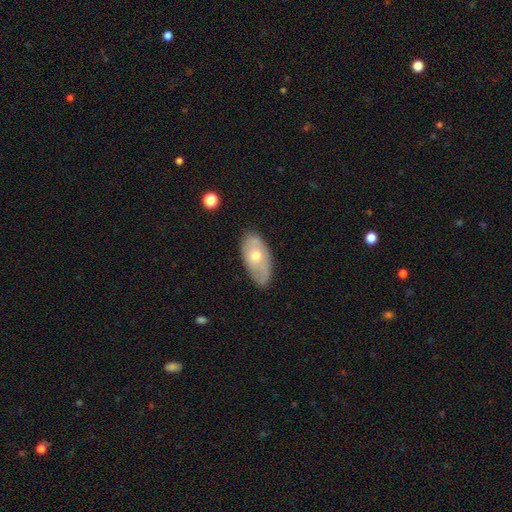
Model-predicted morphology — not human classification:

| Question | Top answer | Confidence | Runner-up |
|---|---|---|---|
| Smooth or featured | smooth | 54% | featured or disk (40%) |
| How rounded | in between | 92% | cigar-shaped (4%) |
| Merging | none | 73% | minor disturbance (21%) |